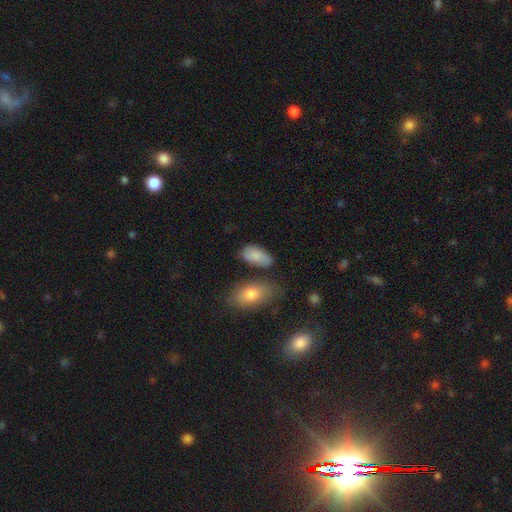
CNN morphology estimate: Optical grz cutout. It shows a smooth galaxy with no disk features (84%) that is in between round and cigar-shaped (92%). Merging: none (59%).